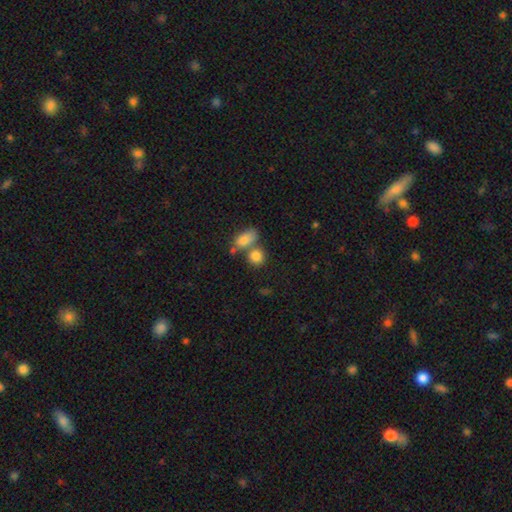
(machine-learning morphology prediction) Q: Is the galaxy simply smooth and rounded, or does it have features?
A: smooth — 83%.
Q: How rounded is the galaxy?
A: round — 66%.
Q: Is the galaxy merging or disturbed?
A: none — 49%.